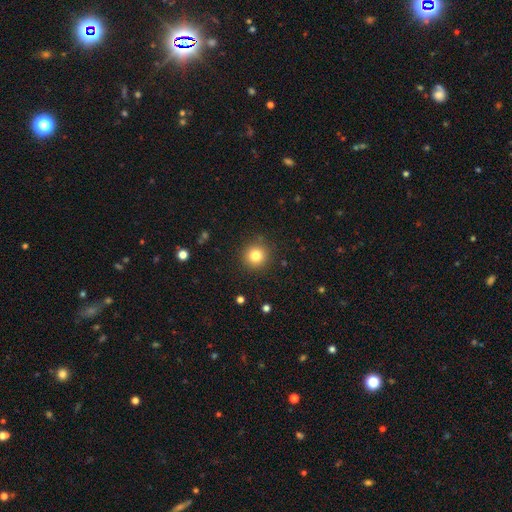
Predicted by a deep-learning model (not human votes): smooth-or-featured: smooth: 81% | star or artifact: 12% | featured or disk: 7%
  how-rounded: round: 94% | in between: 5% | cigar-shaped: 1%
  merging: none: 90% | minor disturbance: 6% | major disturbance: 2% | merger: 1%